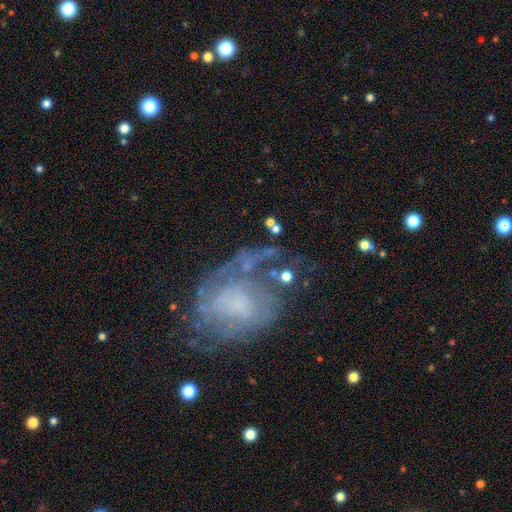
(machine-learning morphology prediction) Smooth or featured: featured or disk — 69% (smooth — 20%)
Edge-on disk: no — 97% (yes — 3%)
Bar: no — 72% (weak — 23%)
Spiral arms: yes — 72% (no — 28%)
Bulge size: none — 48% (small — 20%)
Merging: none — 42% (major disturbance — 31%)